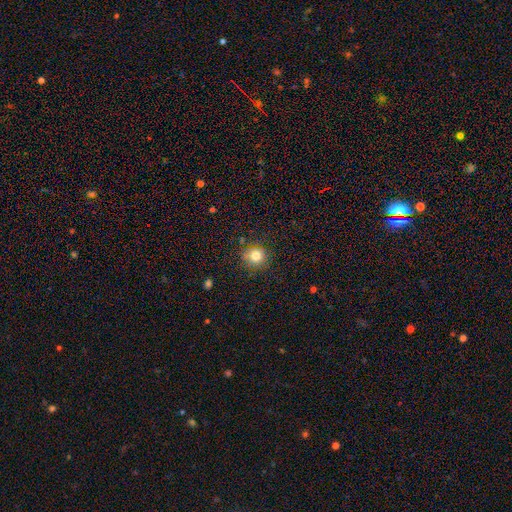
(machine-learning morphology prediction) Smooth or featured? Predicted: smooth (p=0.81). How rounded? Predicted: round (p=0.89). Merging? Predicted: none (p=0.85).